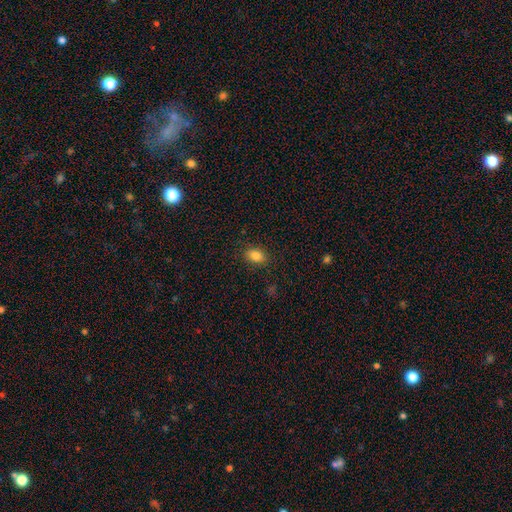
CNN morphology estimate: smooth_or_featured: smooth (p=0.84) [alt: star or artifact p=0.10]
how_rounded: in between (p=0.82) [alt: round p=0.17]
merging: none (p=0.87) [alt: minor disturbance p=0.09]